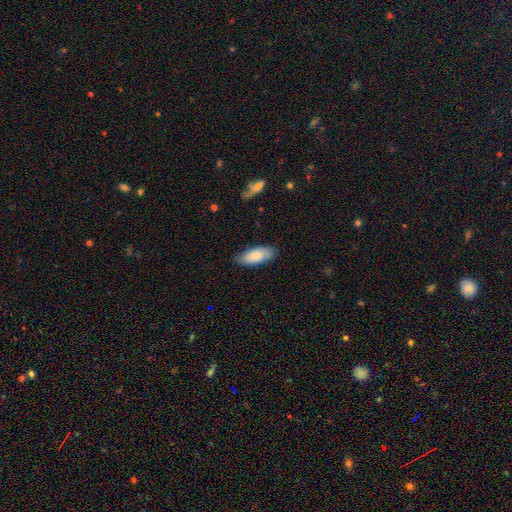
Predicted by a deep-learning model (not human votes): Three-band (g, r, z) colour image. It shows a smooth galaxy with no disk features (83%) that is in between round and cigar-shaped (82%). Merging: none (82%).